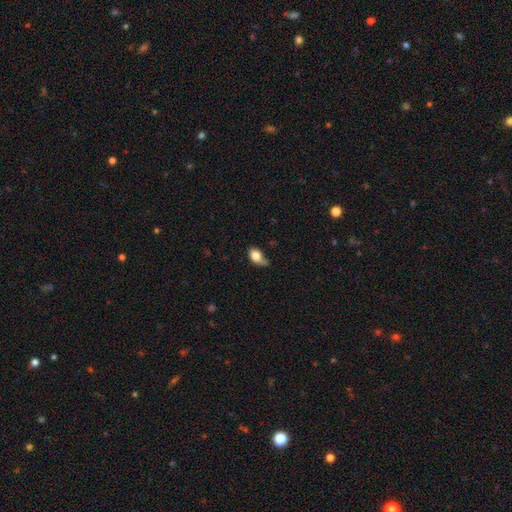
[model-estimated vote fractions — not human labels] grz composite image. It shows a smooth galaxy with no disk features (77%) that is in between round and cigar-shaped (79%). Merging: minor disturbance (40%).